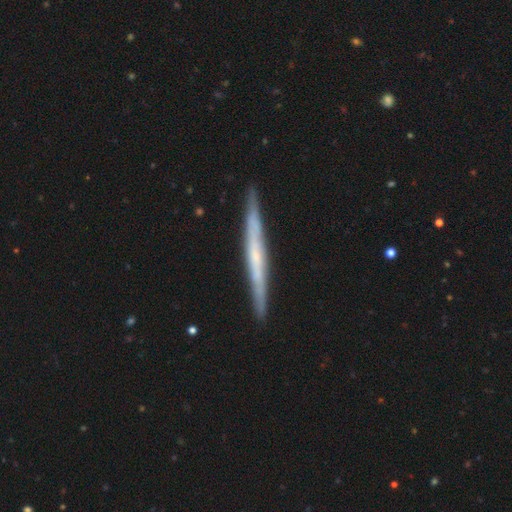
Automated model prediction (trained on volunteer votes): A featured or disk galaxy (66%) viewed edge-on (95%) with no central bulge (71%). Merging: none (89%).